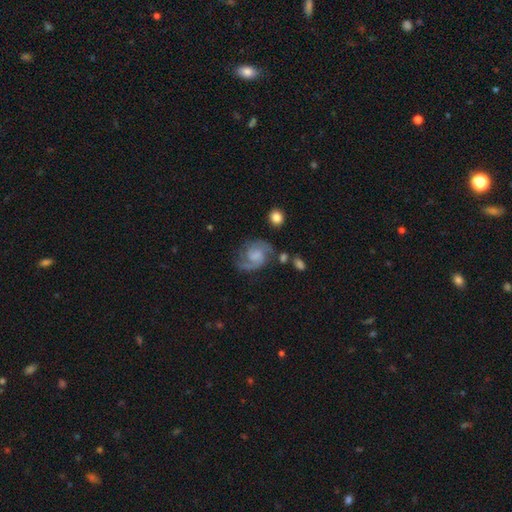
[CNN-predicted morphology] Overall: featured or disk (80%). Edge-on disk: no (98%). Bar: no (48%; weak 44%). Spiral arms: yes (96%). Spiral arm count: 2 (85%). Spiral winding: medium (53%; tight 26%). Bulge size: none (41%; small 26%). Merging: none (63%).